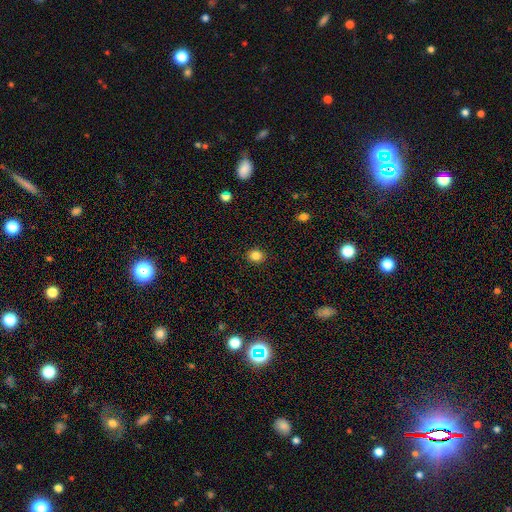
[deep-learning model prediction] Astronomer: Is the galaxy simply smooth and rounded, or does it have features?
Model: smooth — 85%.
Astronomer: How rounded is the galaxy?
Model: round — 70%.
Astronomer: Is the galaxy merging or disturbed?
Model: none — 90%.